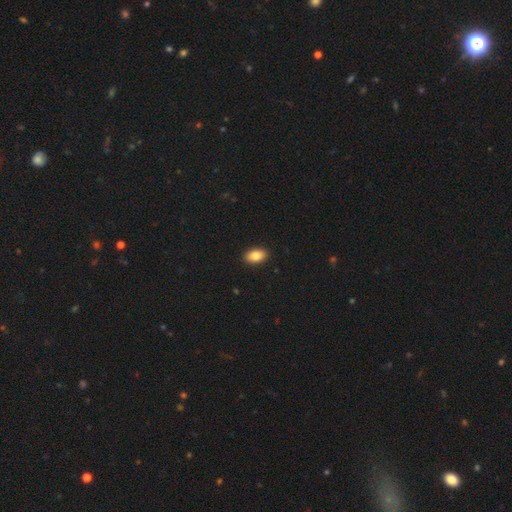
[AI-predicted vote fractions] Morphology: type=smooth (85%); roundness=in between (91%); merging=none (91%).